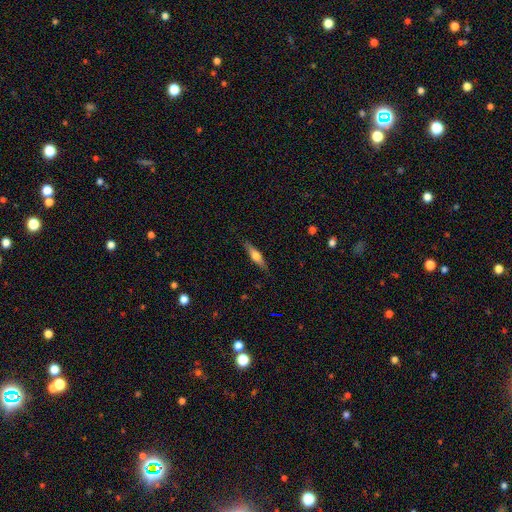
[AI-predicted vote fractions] The model was most divided on "smooth or featured": featured or disk: 55%, smooth: 39%, star or artifact: 6%. More confident: edge-on disk — yes (94%); edge-on bulge — rounded (91%); merging — none (88%).